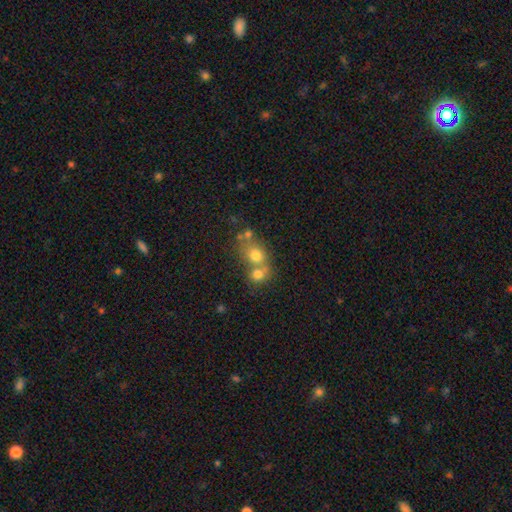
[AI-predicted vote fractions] Overall: smooth (68%). How rounded: round (68%; in between 31%). Merging: merger (58%; none 31%).